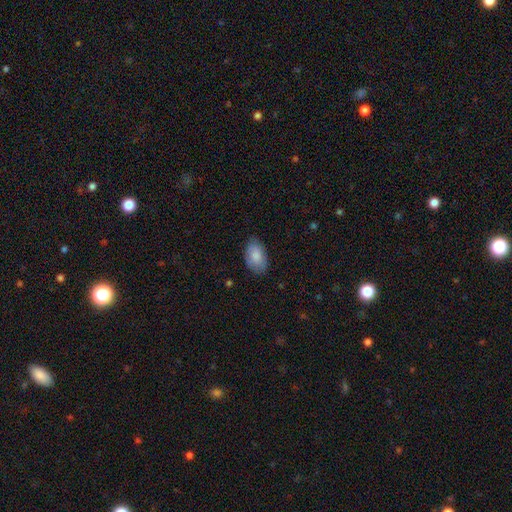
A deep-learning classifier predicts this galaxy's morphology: smooth 85%, featured or disk 9%, star or artifact 6%. Down the decision tree: how rounded — in between (93%); merging — none (78%).